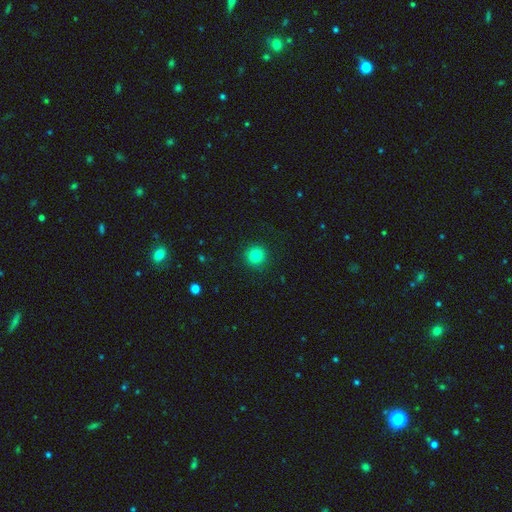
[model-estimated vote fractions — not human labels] Smooth or featured?
  - smooth: 81% *
  - star or artifact: 12%
  - featured or disk: 6%
How rounded?
  - round: 94% *
  - in between: 5%
  - cigar-shaped: 1%
Merging?
  - none: 91% *
  - minor disturbance: 6%
  - major disturbance: 2%
  - merger: 1%